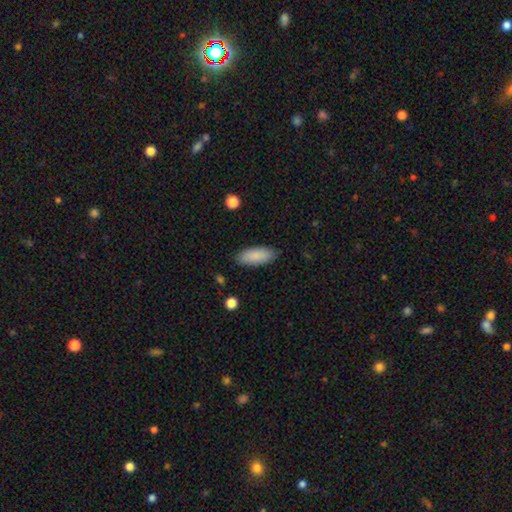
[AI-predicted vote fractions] smooth-or-featured: smooth: 88% | featured or disk: 6% | star or artifact: 6%
  how-rounded: in between: 79% | cigar-shaped: 20% | round: 2%
  merging: none: 87% | minor disturbance: 10% | major disturbance: 2% | merger: 1%